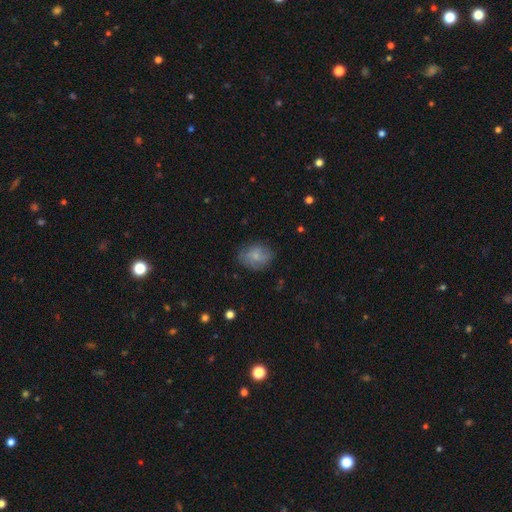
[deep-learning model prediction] This appears to be a smooth galaxy with no disk features (71%) that is in between round and cigar-shaped (53%). Merging: none (71%).